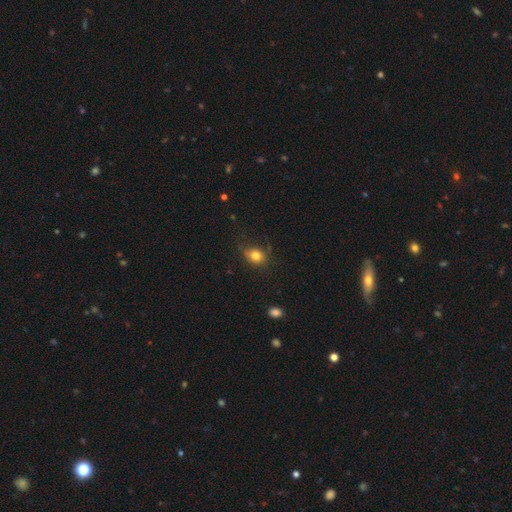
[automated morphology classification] smooth_or_featured: smooth (p=0.80) [alt: star or artifact p=0.11]
how_rounded: in between (p=0.53) [alt: round p=0.46]
merging: none (p=0.69) [alt: minor disturbance p=0.24]